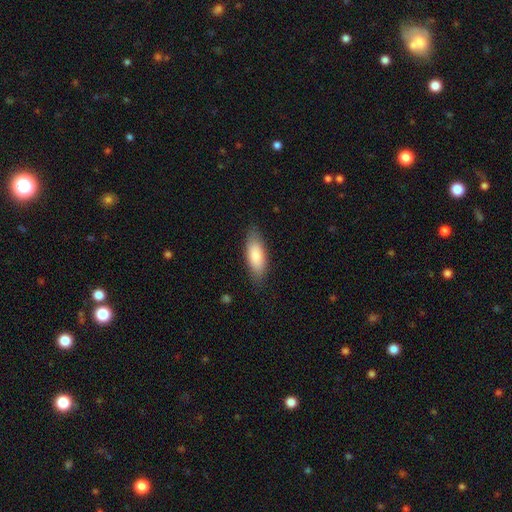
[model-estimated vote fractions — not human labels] Morphology: type=smooth (83%); roundness=in between (76%); merging=none (82%).